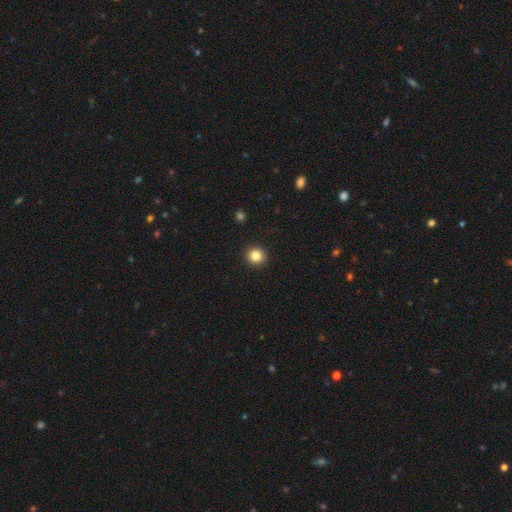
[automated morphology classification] This is clearly a smooth galaxy (85%). How rounded: clearly round (94%). Merging: clearly none (93%).